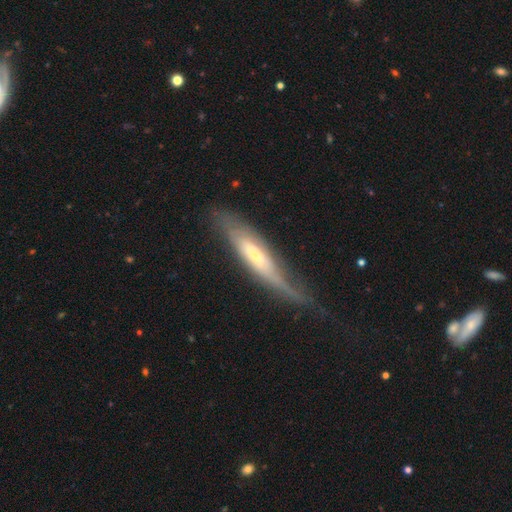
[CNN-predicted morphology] A featured or disk galaxy (63%) viewed edge-on (59%).

Vote fractions:
- Smooth or featured? featured or disk: 63% / smooth: 31% / star or artifact: 6%
- Edge-on disk? yes: 59% / no: 41%
- Merging? none: 49% / minor disturbance: 28% / major disturbance: 21% / merger: 3%